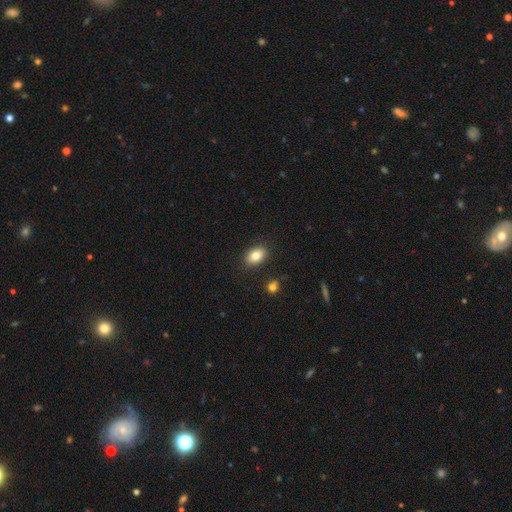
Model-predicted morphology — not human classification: smooth 83%, featured or disk 9%, star or artifact 9%. Down the decision tree: how rounded — in between (84%); merging — none (86%).